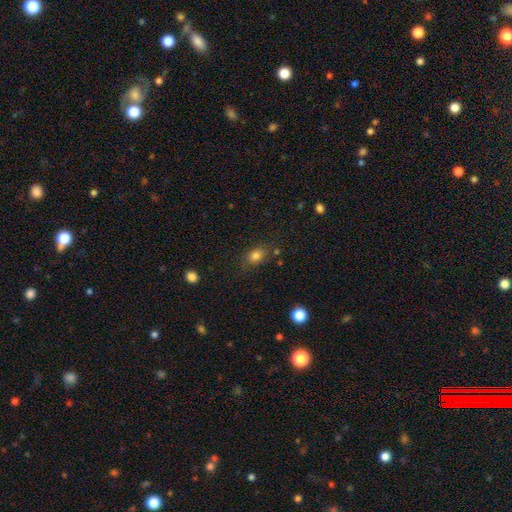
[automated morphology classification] smooth_or_featured: smooth (p=0.80) [alt: star or artifact p=0.12]
how_rounded: in between (p=0.64) [alt: round p=0.33]
merging: none (p=0.72) [alt: minor disturbance p=0.18]